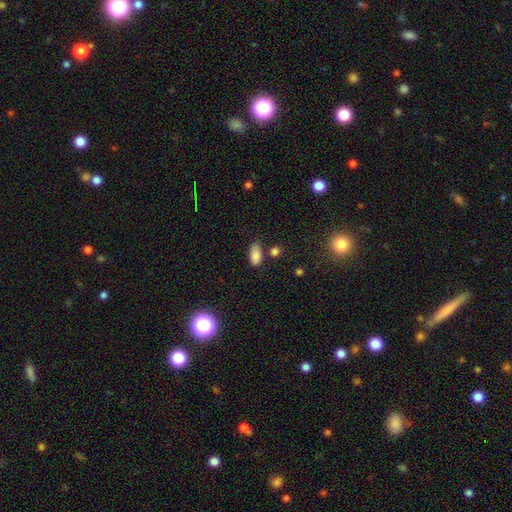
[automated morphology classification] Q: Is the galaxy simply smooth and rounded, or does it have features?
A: smooth — 85%.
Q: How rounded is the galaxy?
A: in between — 91%.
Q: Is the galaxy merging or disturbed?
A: none — 61%.